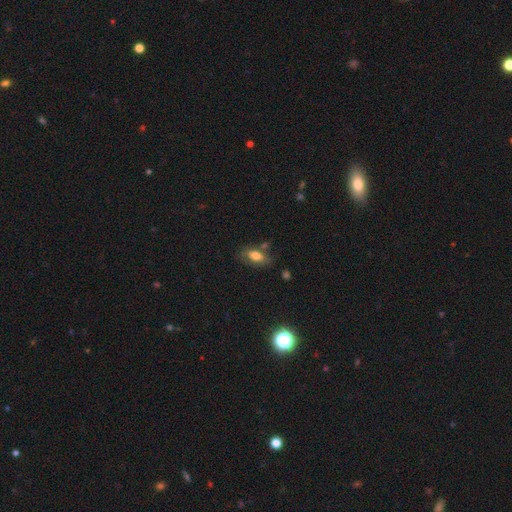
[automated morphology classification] smooth-or-featured: smooth: 71% | featured or disk: 21% | star or artifact: 9%
  how-rounded: in between: 85% | cigar-shaped: 9% | round: 6%
  merging: none: 65% | minor disturbance: 20% | merger: 9% | major disturbance: 6%